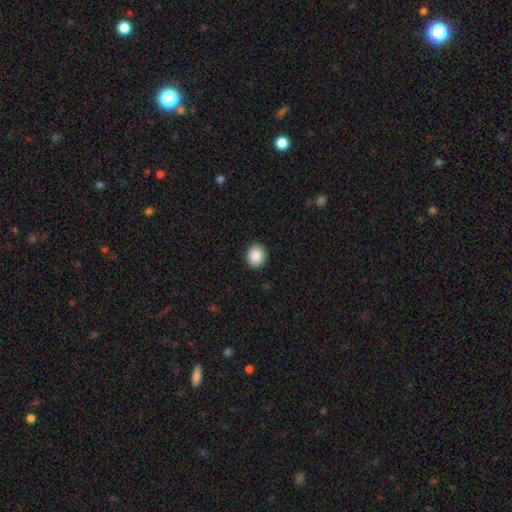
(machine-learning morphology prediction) This appears to be a smooth galaxy with no disk features (89%) that is round (76%). Merging: none (90%).